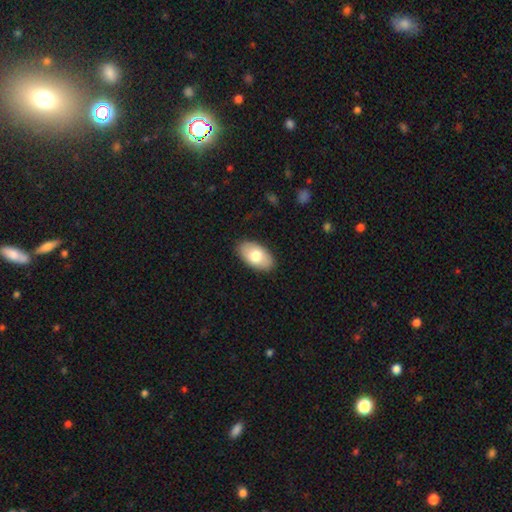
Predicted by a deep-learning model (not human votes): Smooth or featured? Predicted: smooth (p=0.75). How rounded? Predicted: in between (p=0.95). Merging? Predicted: none (p=0.87).